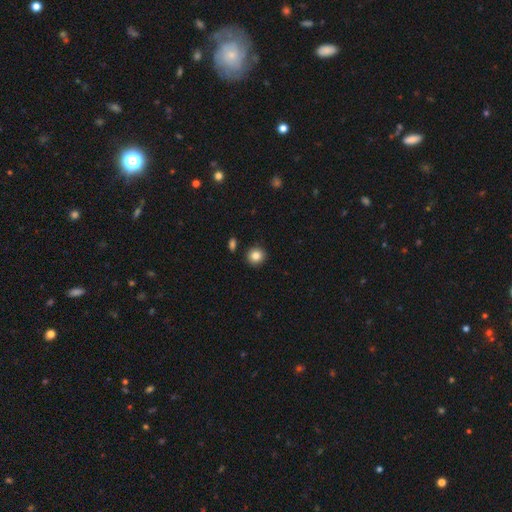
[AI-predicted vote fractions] Smooth or featured? smooth (84%)
How rounded? round (91%)
Merging? none (90%)